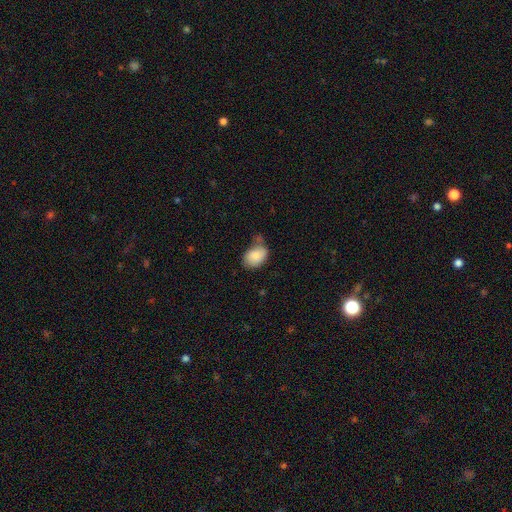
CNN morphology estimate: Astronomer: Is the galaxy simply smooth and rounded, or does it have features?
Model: smooth — 84%.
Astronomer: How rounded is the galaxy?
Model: in between — 81%.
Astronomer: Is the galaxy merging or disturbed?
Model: none — 49% (runner-up: minor disturbance, 32%).